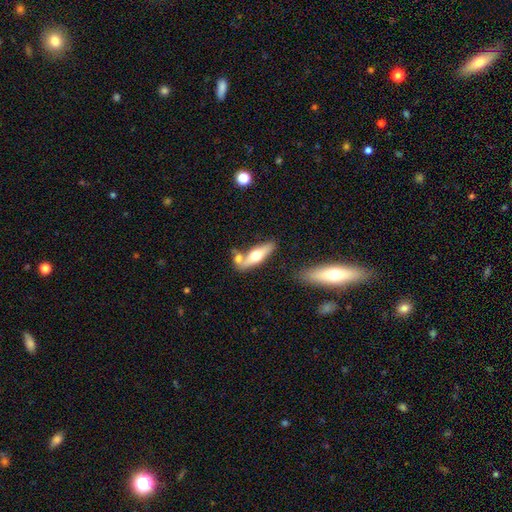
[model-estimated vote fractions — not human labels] Q: Smooth or featured?
A: smooth (49%); runner-up: featured or disk (45%)
Q: Merging?
A: none (60%); runner-up: merger (22%)